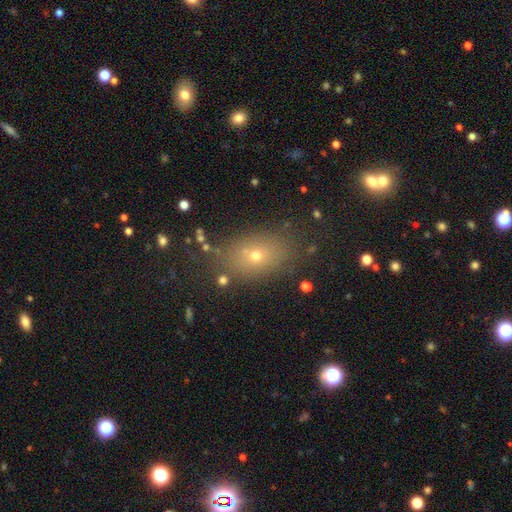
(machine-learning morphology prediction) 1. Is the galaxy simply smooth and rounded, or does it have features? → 63% smooth, 20% star or artifact, 16% featured or disk.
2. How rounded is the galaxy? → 73% in between, 25% round, 2% cigar-shaped.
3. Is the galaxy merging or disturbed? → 78% none, 12% minor disturbance, 5% major disturbance, 4% merger.